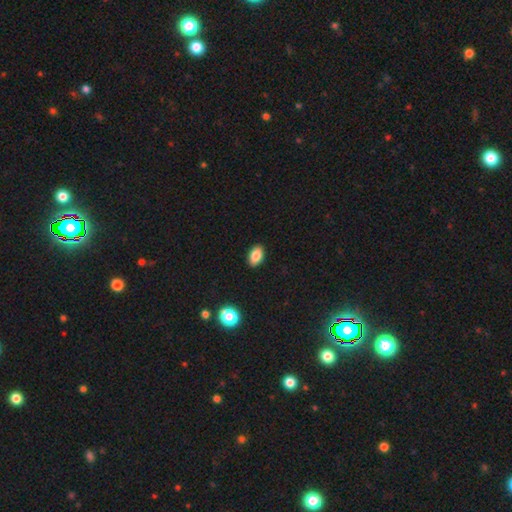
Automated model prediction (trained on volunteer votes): A smooth galaxy with no disk features (85%) that is in between round and cigar-shaped (91%). Merging: none (90%).